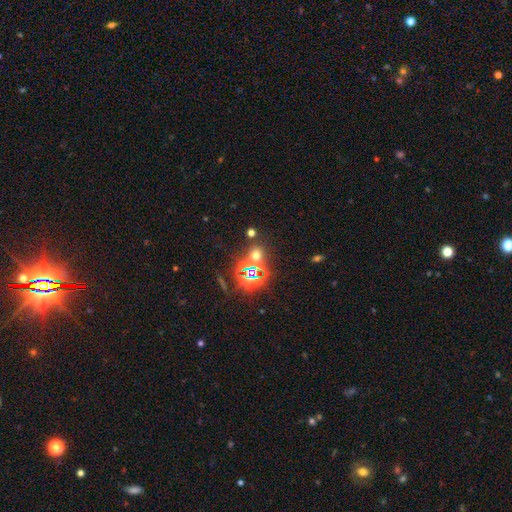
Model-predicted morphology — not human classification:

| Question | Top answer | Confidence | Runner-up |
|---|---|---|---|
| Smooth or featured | star or artifact | 51% | smooth (41%) |